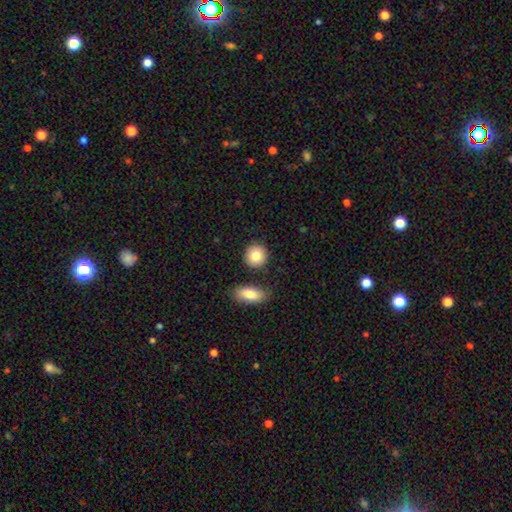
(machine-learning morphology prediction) Smooth or featured?
  - smooth: 82% *
  - featured or disk: 10%
  - star or artifact: 7%
How rounded?
  - round: 84% *
  - in between: 15%
  - cigar-shaped: 1%
Merging?
  - none: 82% *
  - minor disturbance: 9%
  - merger: 7%
  - major disturbance: 2%